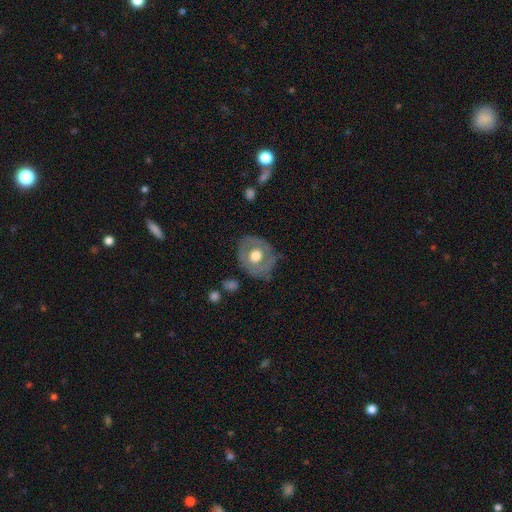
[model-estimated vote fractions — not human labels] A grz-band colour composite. It shows a featured or disk galaxy (48%). Merging: none (73%).